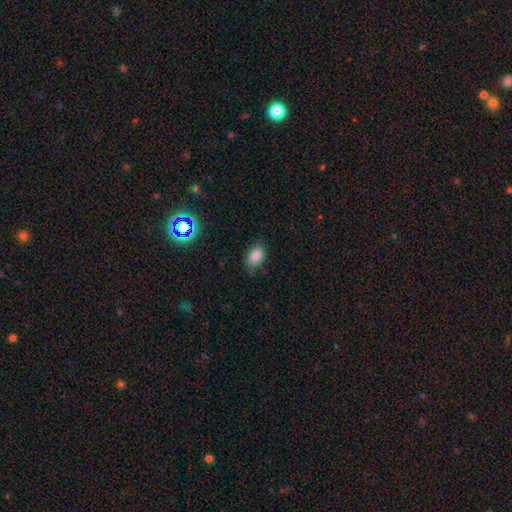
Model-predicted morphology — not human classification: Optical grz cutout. It shows a smooth galaxy with no disk features (82%) that is in between round and cigar-shaped (85%). Merging: none (79%).